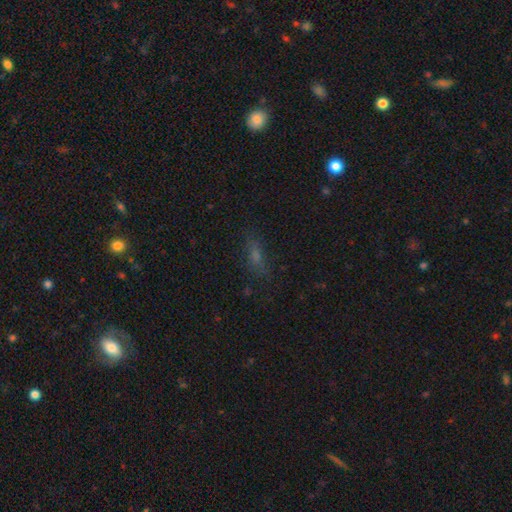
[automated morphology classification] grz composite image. It shows a smooth galaxy with no disk features (51%) that is in between round and cigar-shaped (50%). Merging: none (76%).